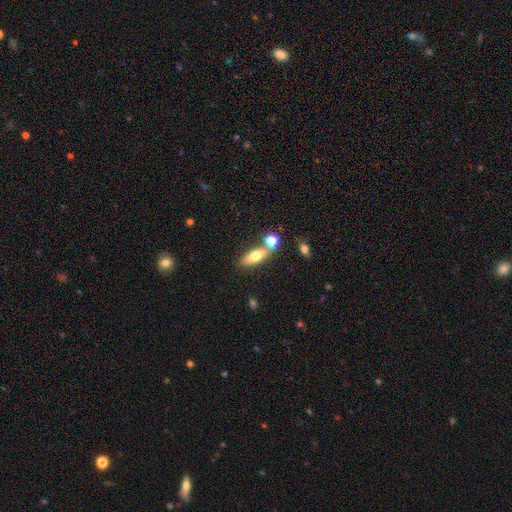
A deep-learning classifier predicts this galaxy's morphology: Smooth or featured? smooth (67%)
How rounded? in between (65%)
Merging? none (59%)